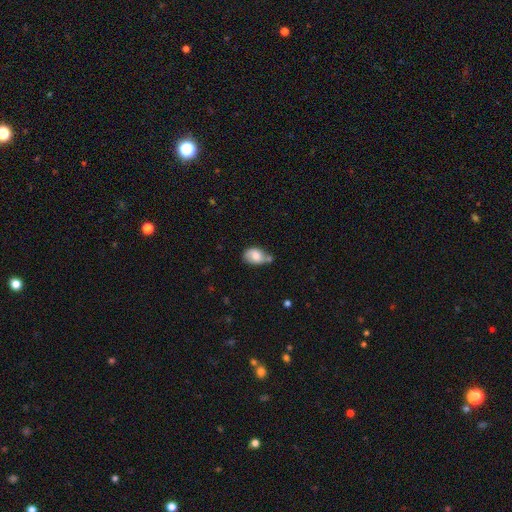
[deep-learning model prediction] smooth 70%, featured or disk 22%, star or artifact 8%. Down the decision tree: how rounded — in between (79%); merging — none (41%).